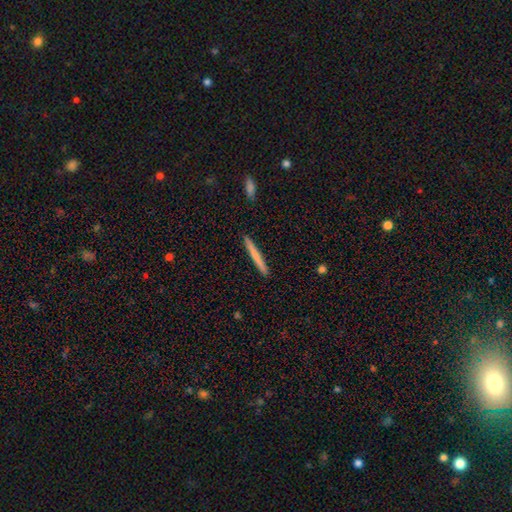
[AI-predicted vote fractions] Smooth or featured: smooth — 70% (featured or disk — 24%)
How rounded: cigar-shaped — 97% (in between — 2%)
Merging: none — 92% (minor disturbance — 5%)